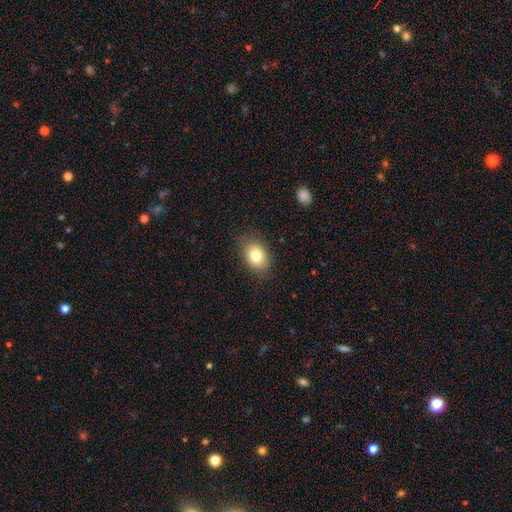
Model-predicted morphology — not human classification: Overall: smooth (81%). How rounded: in between (75%). Merging: none (83%).